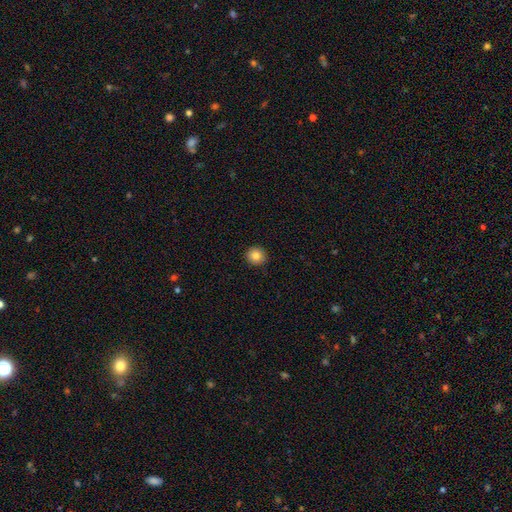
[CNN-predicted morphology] Overall: smooth (84%). How rounded: round (91%). Merging: none (91%).